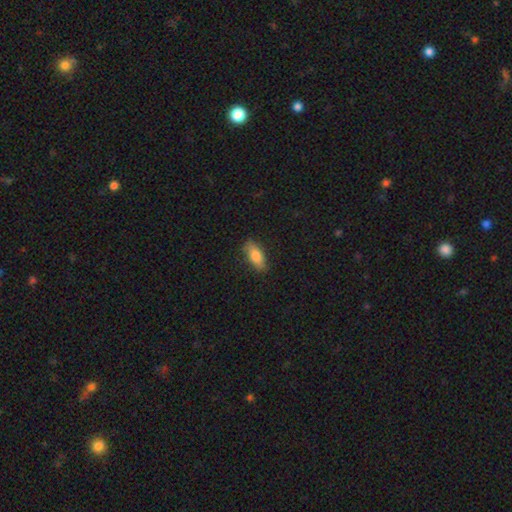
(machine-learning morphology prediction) Q: Smooth or featured?
A: smooth (79%); runner-up: featured or disk (14%)
Q: How rounded?
A: in between (80%); runner-up: cigar-shaped (17%)
Q: Merging?
A: none (81%); runner-up: minor disturbance (15%)